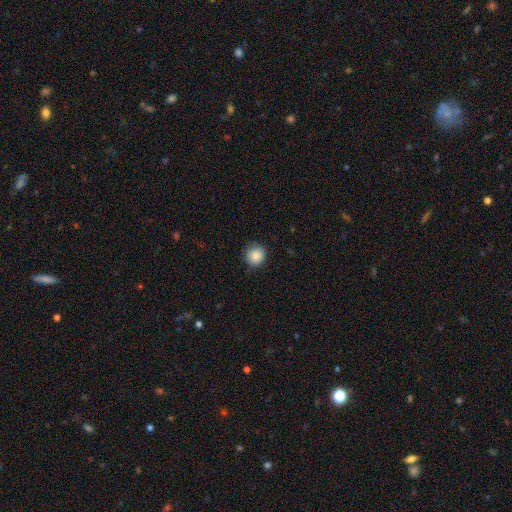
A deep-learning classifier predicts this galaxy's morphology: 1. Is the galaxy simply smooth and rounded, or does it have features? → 87% smooth, 9% star or artifact, 4% featured or disk.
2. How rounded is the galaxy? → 90% round, 9% in between, 1% cigar-shaped.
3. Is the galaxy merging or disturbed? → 86% none, 11% minor disturbance, 2% major disturbance, 1% merger.